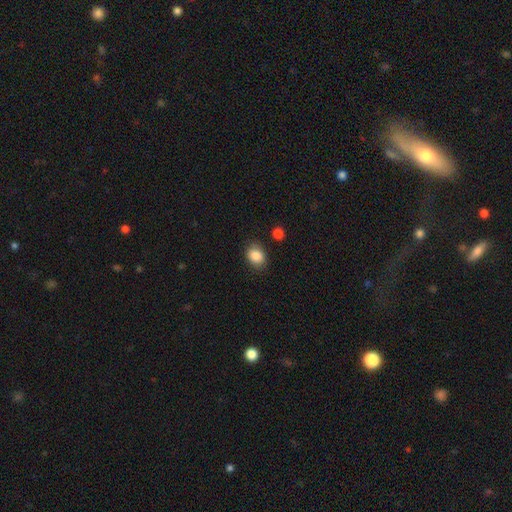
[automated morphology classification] A smooth galaxy with no disk features (87%) that is in between round and cigar-shaped (56%). Merging: none (80%).